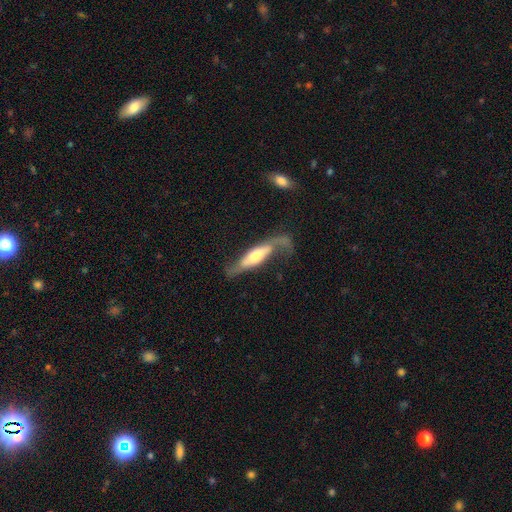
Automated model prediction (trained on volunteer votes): The model was most divided on "edge-on disk": no: 55%, yes: 45%. Remaining: smooth or featured — featured or disk (69%); merging — none (46%).